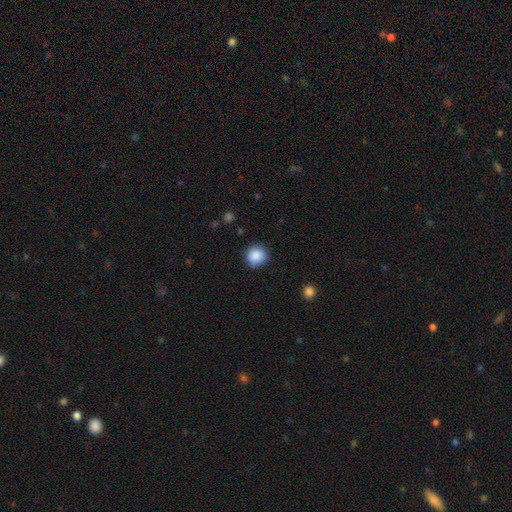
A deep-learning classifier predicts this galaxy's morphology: Q: Smooth or featured?
A: smooth (88%); runner-up: star or artifact (9%)
Q: How rounded?
A: round (92%); runner-up: in between (7%)
Q: Merging?
A: none (87%); runner-up: minor disturbance (9%)